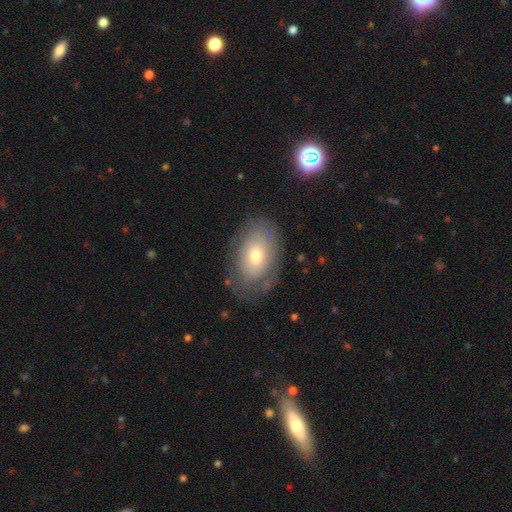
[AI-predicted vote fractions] A smooth galaxy with no disk features (58%) that is in between round and cigar-shaped (90%).

Vote fractions:
- Smooth or featured? smooth: 58% / featured or disk: 34% / star or artifact: 8%
- How rounded? in between: 90% / round: 8% / cigar-shaped: 1%
- Merging? none: 71% / minor disturbance: 20% / major disturbance: 8% / merger: 2%